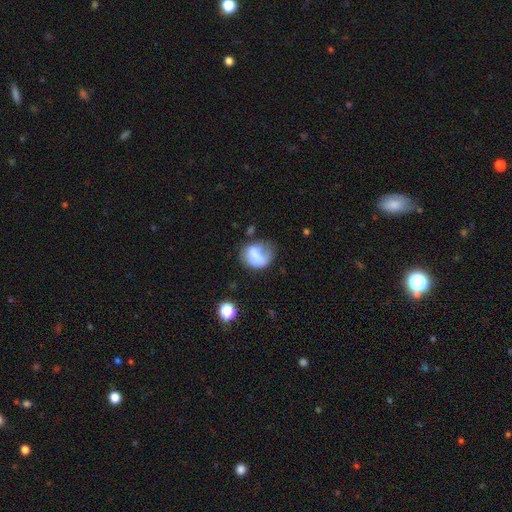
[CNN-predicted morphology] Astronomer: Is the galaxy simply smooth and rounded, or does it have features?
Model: smooth — 63%.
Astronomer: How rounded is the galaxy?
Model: round — 52% (runner-up: in between, 46%).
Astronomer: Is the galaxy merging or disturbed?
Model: none — 35% (runner-up: minor disturbance, 28%).